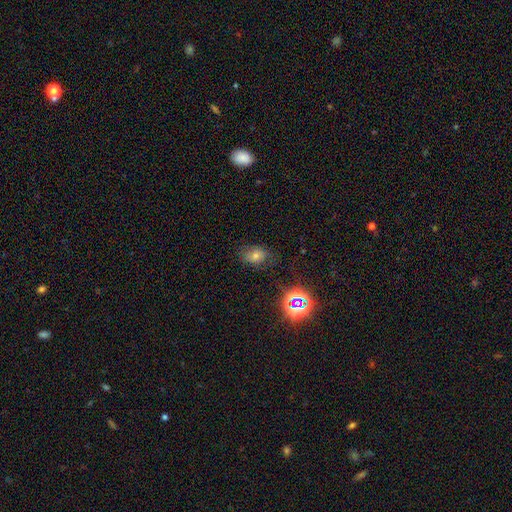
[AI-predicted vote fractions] This appears to be a smooth galaxy with no disk features (54%) that is in between round and cigar-shaped (68%). Merging: none (72%).